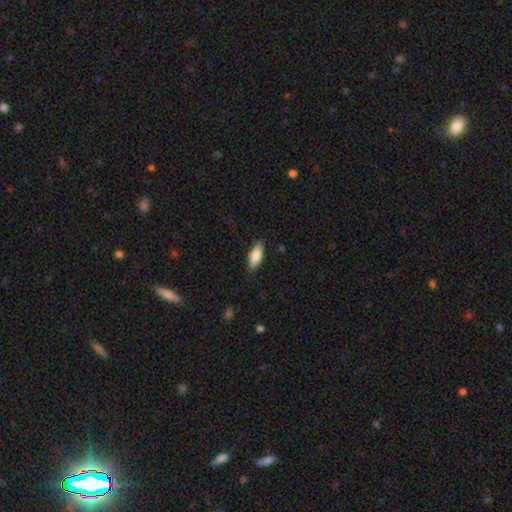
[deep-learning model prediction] Smooth or featured? smooth (79%)
How rounded? in between (64%)
Merging? none (84%)